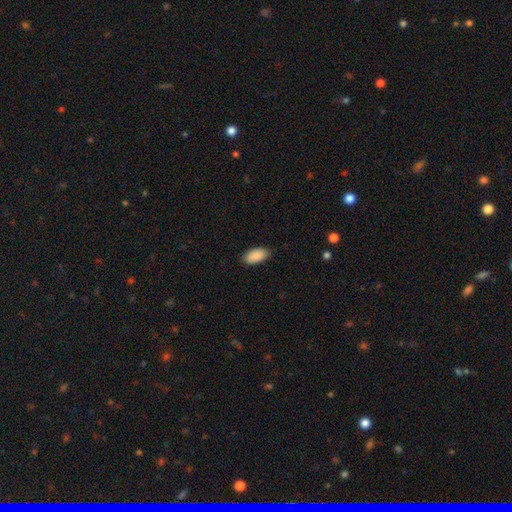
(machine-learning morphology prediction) This appears to be a smooth galaxy with no disk features (90%) that is in between round and cigar-shaped (95%). Merging: none (84%).